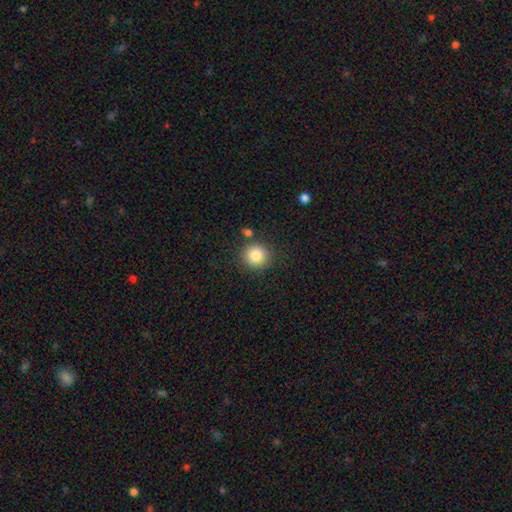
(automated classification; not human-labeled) This is clearly a smooth galaxy (84%). How rounded: clearly round (92%). Merging: clearly none (84%).